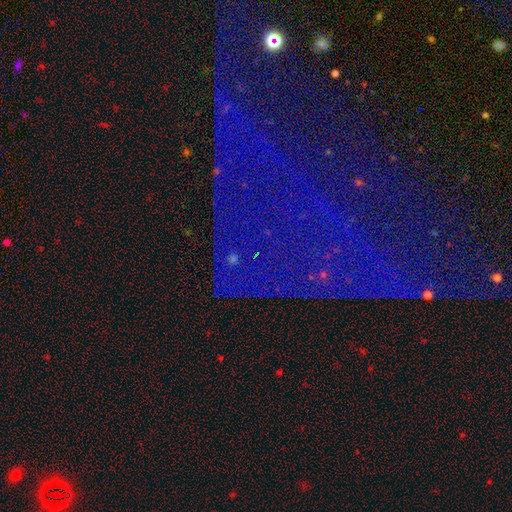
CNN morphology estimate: The model was most divided on "smooth or featured": star or artifact: 80%, smooth: 11%, featured or disk: 10%.